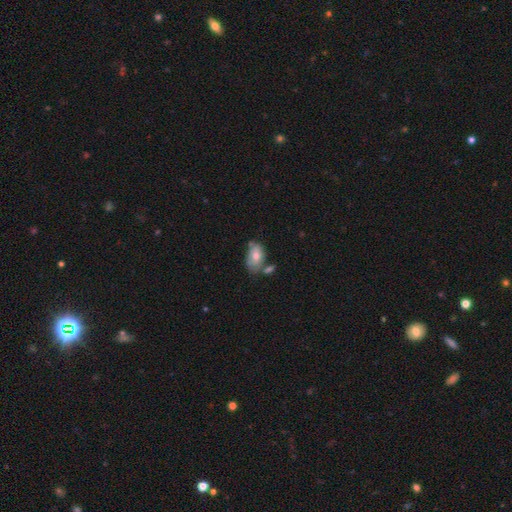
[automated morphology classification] Smooth or featured: smooth — 74% (featured or disk — 20%)
How rounded: in between — 91% (round — 7%)
Merging: none — 48% (minor disturbance — 24%)